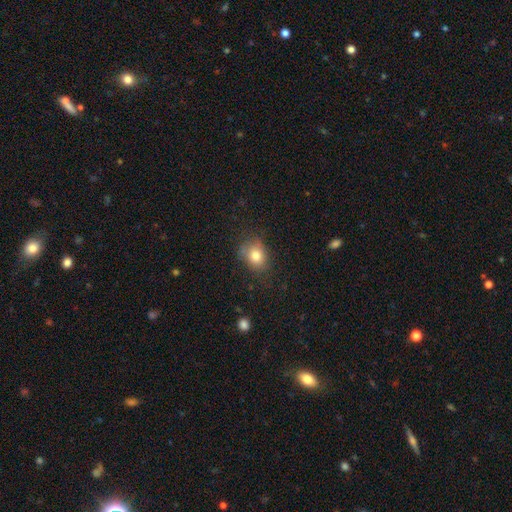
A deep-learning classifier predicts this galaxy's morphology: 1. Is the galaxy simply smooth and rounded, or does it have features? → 79% smooth, 11% star or artifact, 10% featured or disk.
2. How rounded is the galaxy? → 52% round, 47% in between, 1% cigar-shaped.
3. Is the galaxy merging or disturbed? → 68% none, 23% minor disturbance, 8% major disturbance, 2% merger.